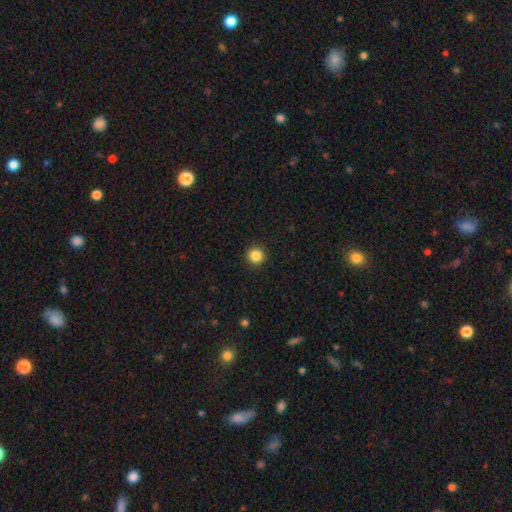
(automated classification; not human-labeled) Smooth or featured: smooth — 86% (star or artifact — 10%)
How rounded: round — 96% (in between — 3%)
Merging: none — 93% (minor disturbance — 5%)